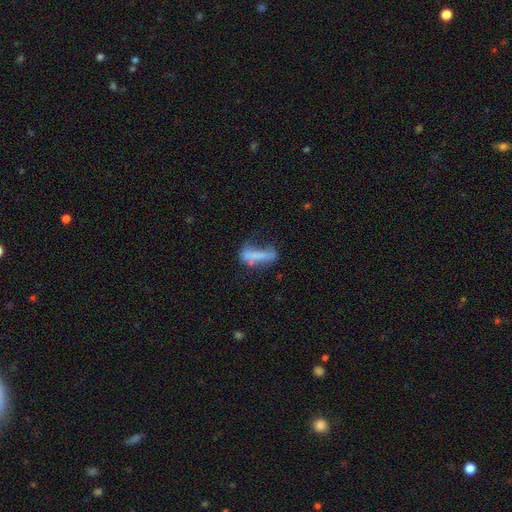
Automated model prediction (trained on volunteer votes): smooth-or-featured: smooth: 52% | featured or disk: 36% | star or artifact: 12%
  how-rounded: cigar-shaped: 54% | in between: 42% | round: 3%
  merging: major disturbance: 32% | none: 31% | minor disturbance: 23% | merger: 15%